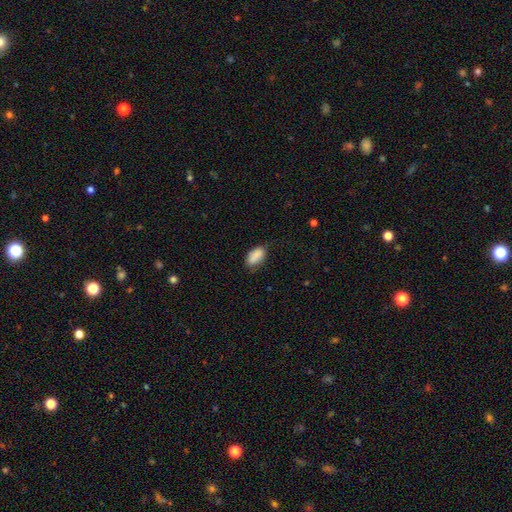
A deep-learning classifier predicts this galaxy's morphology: Smooth or featured? smooth (85%)
How rounded? in between (92%)
Merging? none (64%)